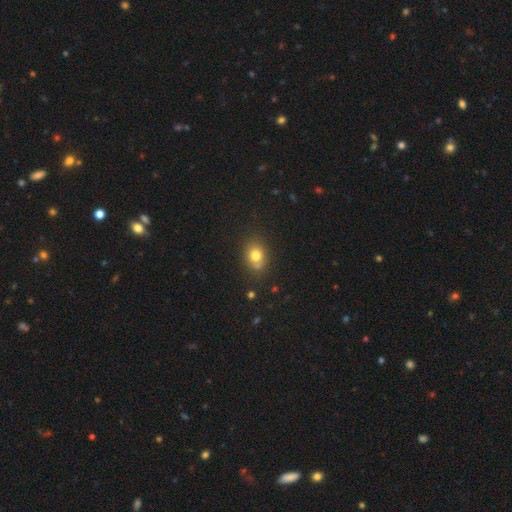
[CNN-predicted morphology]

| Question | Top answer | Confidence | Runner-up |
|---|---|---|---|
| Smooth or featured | smooth | 77% | star or artifact (12%) |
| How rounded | round | 51% | in between (48%) |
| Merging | none | 65% | minor disturbance (17%) |